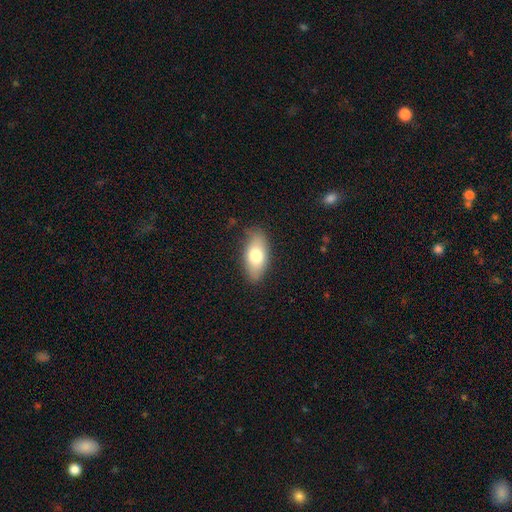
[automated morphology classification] A smooth galaxy with no disk features (74%) that is in between round and cigar-shaped (88%). Merging: none (80%).